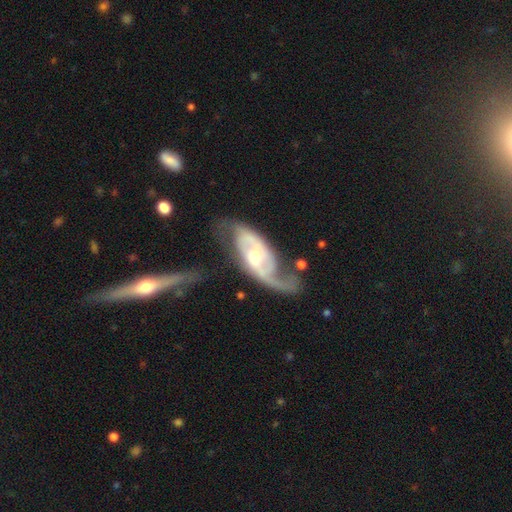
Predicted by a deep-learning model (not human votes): featured or disk 86%, smooth 10%, star or artifact 5%. Down the decision tree: edge-on disk — no (94%); bar — no (44%); spiral arms — yes (94%); spiral arm count — 2 (76%); spiral winding — medium (42%); bulge size — moderate (53%); merging — none (48%).